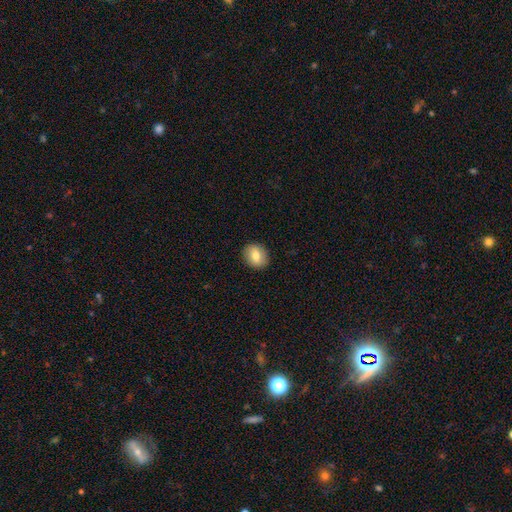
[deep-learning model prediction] Smooth or featured: smooth — 77% (featured or disk — 15%)
How rounded: round — 60% (in between — 39%)
Merging: none — 90% (minor disturbance — 8%)